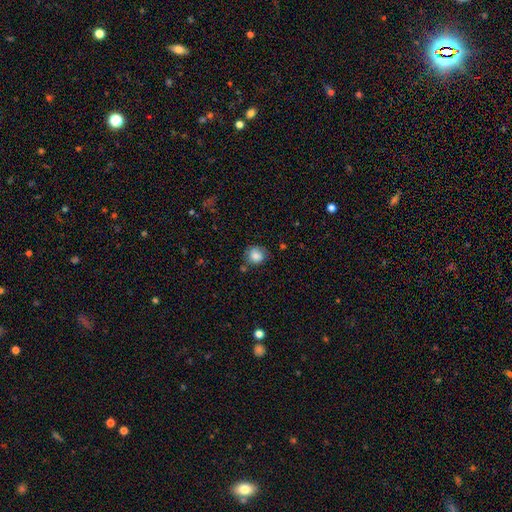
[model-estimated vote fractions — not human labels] Q: Smooth or featured?
A: smooth (82%); runner-up: featured or disk (9%)
Q: How rounded?
A: round (79%); runner-up: in between (20%)
Q: Merging?
A: none (67%); runner-up: minor disturbance (22%)